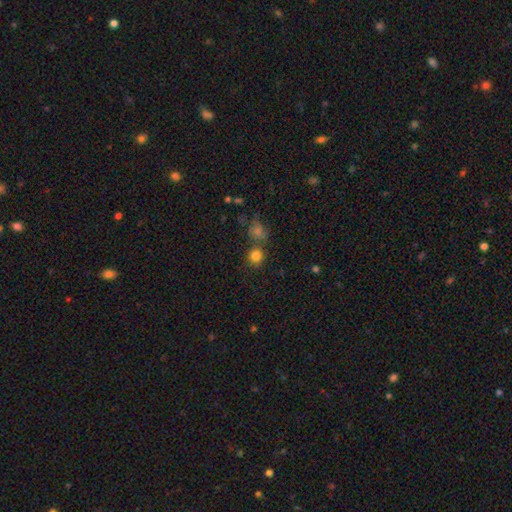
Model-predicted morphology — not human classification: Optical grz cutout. It shows a smooth galaxy with no disk features (80%) that is round (87%). Merging: none (72%).